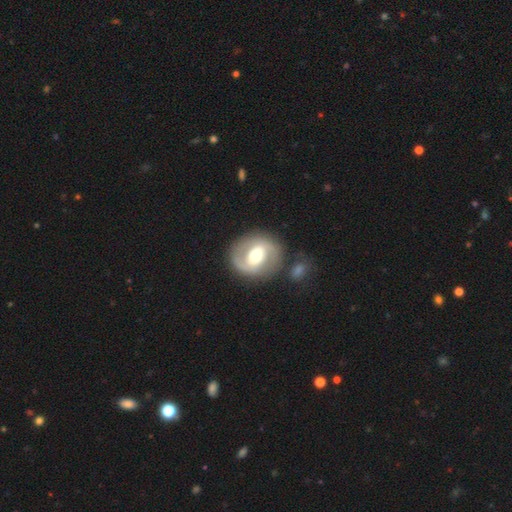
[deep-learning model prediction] Morphology: type=featured or disk (69%); edge-on=no (97%); bar=weak (42%); spiral arms=yes (72%); bulge=moderate (69%); merging=none (79%).